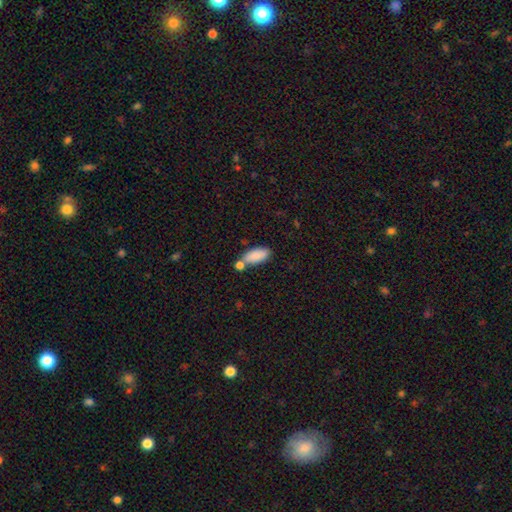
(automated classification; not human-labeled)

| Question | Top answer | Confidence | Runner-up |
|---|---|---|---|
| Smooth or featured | smooth | 87% | star or artifact (7%) |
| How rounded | in between | 86% | cigar-shaped (12%) |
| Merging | none | 59% | merger (23%) |